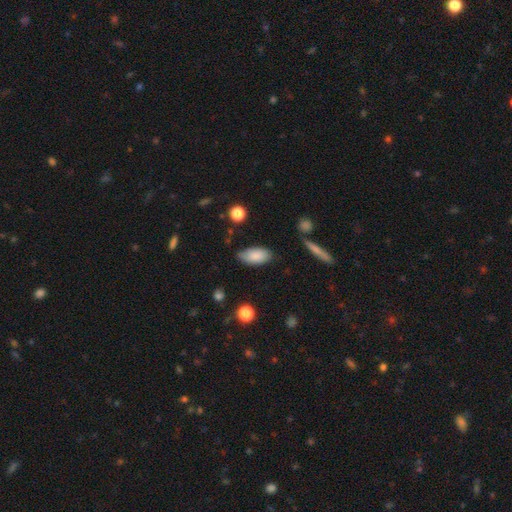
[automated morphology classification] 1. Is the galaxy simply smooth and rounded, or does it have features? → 84% smooth, 9% featured or disk, 7% star or artifact.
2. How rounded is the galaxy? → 92% in between, 6% cigar-shaped, 2% round.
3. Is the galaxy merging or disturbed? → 72% none, 22% minor disturbance, 4% major disturbance, 2% merger.